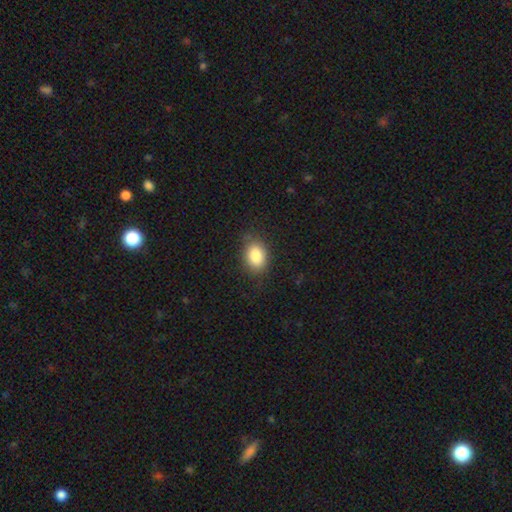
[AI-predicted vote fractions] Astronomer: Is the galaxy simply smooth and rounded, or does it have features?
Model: smooth — 86%.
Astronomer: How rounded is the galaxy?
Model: in between — 80%.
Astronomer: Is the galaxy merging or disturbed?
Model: none — 78%.